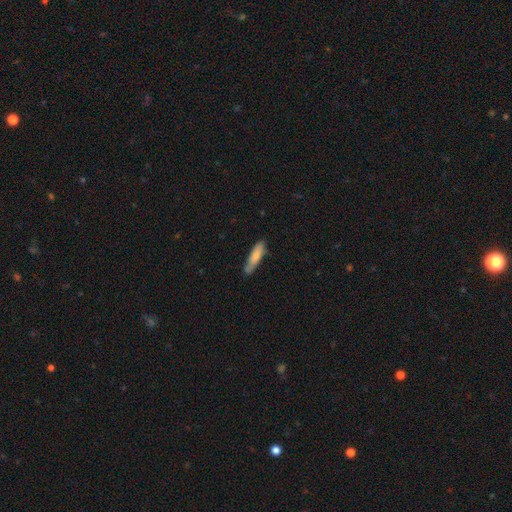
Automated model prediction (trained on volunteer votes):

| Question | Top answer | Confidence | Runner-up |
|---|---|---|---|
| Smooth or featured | smooth | 78% | featured or disk (17%) |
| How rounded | cigar-shaped | 76% | in between (23%) |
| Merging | none | 73% | minor disturbance (21%) |